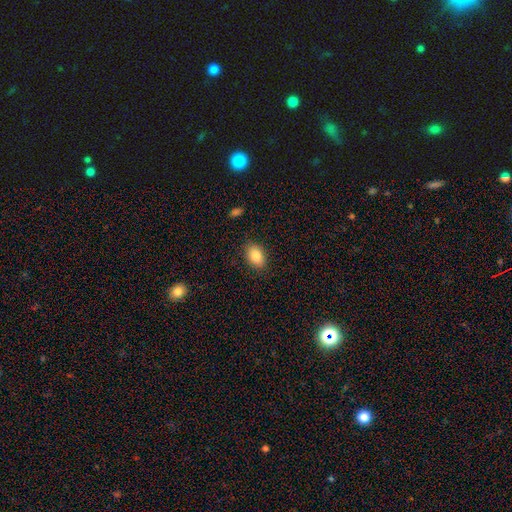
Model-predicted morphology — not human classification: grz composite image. It shows a smooth galaxy with no disk features (86%) that is in between round and cigar-shaped (83%). Merging: none (87%).